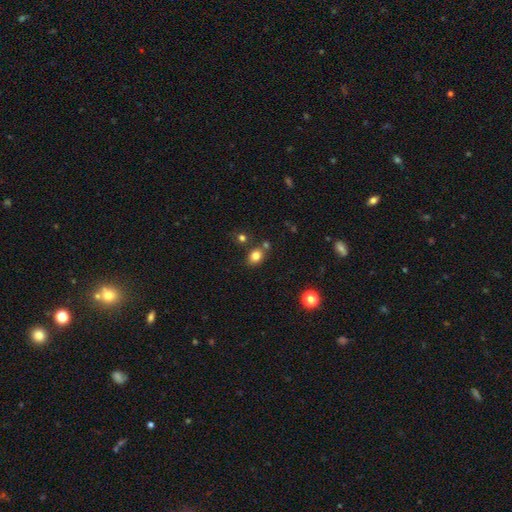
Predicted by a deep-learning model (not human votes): Morphology: type=smooth (80%); roundness=in between (53%); merging=none (72%).